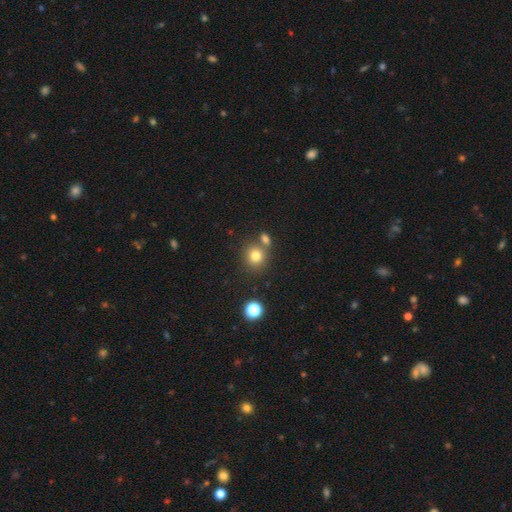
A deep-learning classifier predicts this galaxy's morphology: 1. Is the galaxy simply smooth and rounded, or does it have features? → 79% smooth, 13% star or artifact, 8% featured or disk.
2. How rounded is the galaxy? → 87% round, 12% in between, 1% cigar-shaped.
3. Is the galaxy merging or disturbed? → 66% none, 21% merger, 9% minor disturbance, 3% major disturbance.